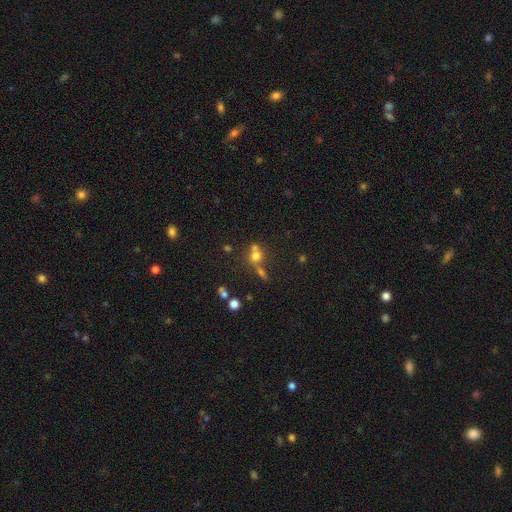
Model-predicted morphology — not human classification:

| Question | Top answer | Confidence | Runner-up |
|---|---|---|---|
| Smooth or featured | smooth | 64% | star or artifact (20%) |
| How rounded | round | 81% | in between (17%) |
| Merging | merger | 43% | none (42%) |